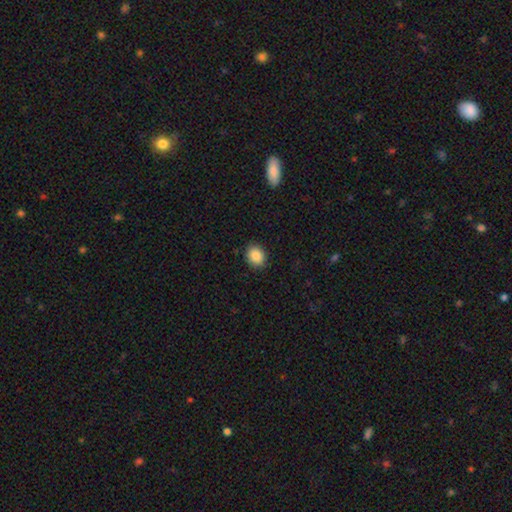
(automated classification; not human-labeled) Q: Smooth or featured?
A: smooth (88%); runner-up: star or artifact (8%)
Q: How rounded?
A: round (55%); runner-up: in between (44%)
Q: Merging?
A: none (89%); runner-up: minor disturbance (8%)